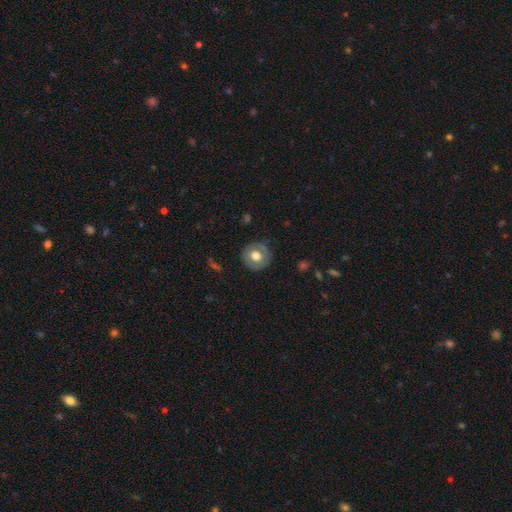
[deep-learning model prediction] Smooth or featured?
  - smooth: 61% *
  - featured or disk: 31%
  - star or artifact: 8%
How rounded?
  - round: 91% *
  - in between: 8%
  - cigar-shaped: 1%
Merging?
  - none: 85% *
  - minor disturbance: 10%
  - major disturbance: 3%
  - merger: 1%